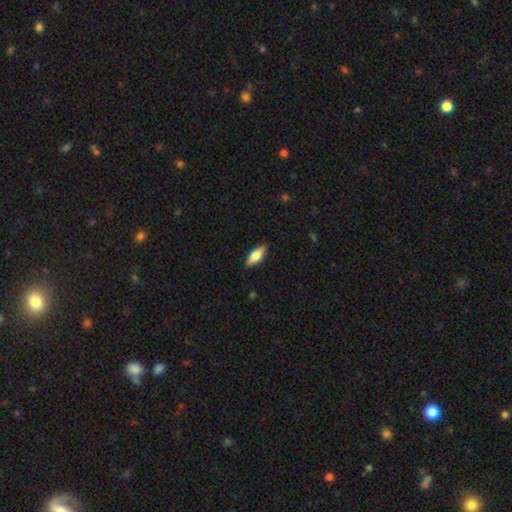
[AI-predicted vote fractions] Overall: smooth (64%; featured or disk 30%). How rounded: in between (70%). Merging: none (88%).